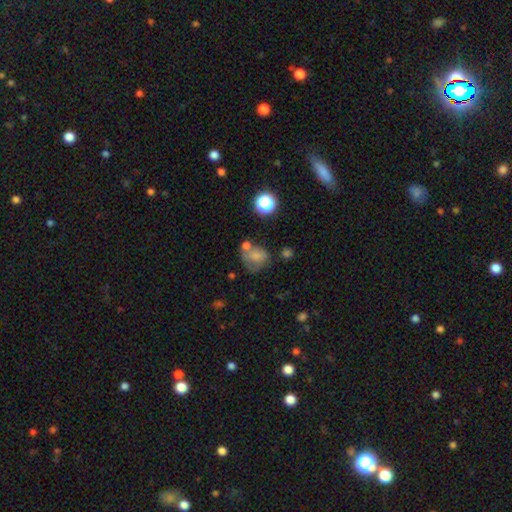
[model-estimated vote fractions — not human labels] smooth_or_featured: smooth (p=0.67) [alt: featured or disk p=0.20]
how_rounded: round (p=0.60) [alt: in between p=0.39]
merging: none (p=0.38) [alt: minor disturbance p=0.23]